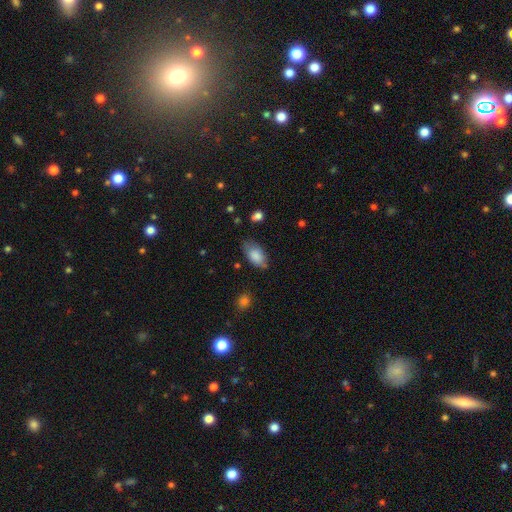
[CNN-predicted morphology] This appears to be a smooth galaxy with no disk features (82%) that is in between round and cigar-shaped (92%). Merging: none (65%).